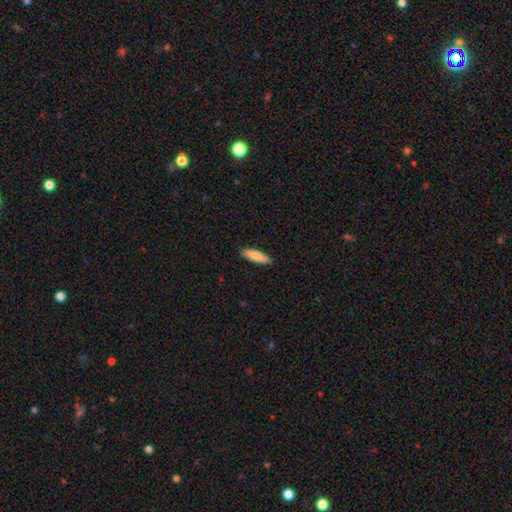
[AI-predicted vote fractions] Overall: smooth (82%). How rounded: cigar-shaped (65%; in between 34%). Merging: none (90%).